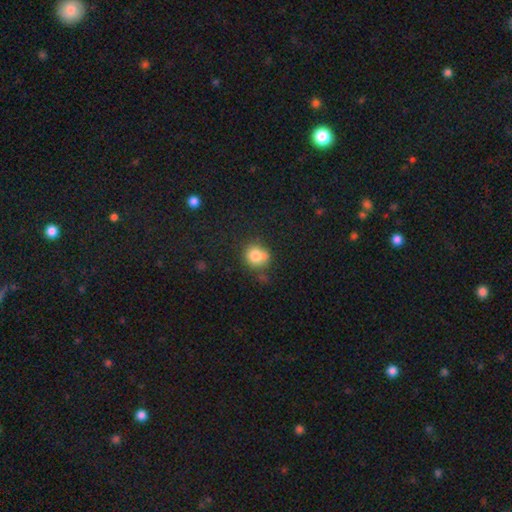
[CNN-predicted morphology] This is likely a smooth galaxy (79%). How rounded: likely round (80%). Merging: possibly none (54%).